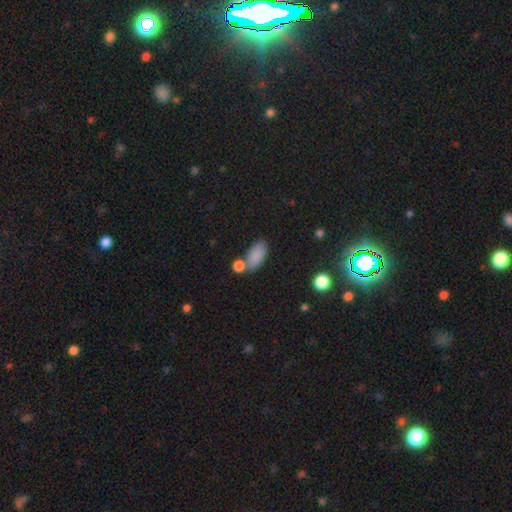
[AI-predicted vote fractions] smooth_or_featured: smooth (p=0.85) [alt: star or artifact p=0.09]
how_rounded: in between (p=0.90) [alt: cigar-shaped p=0.05]
merging: none (p=0.60) [alt: merger p=0.20]